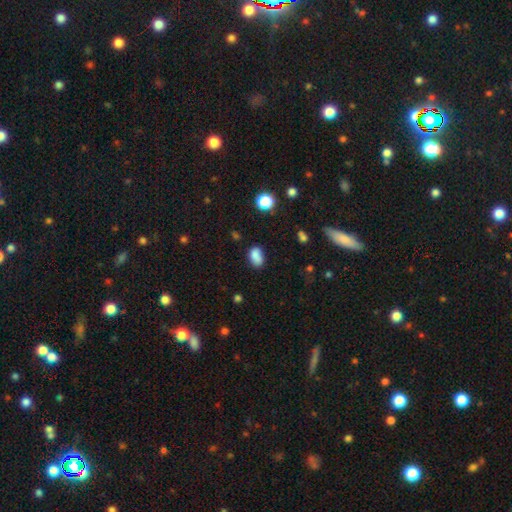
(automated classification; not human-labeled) Smooth or featured? smooth (82%)
How rounded? in between (83%)
Merging? none (62%)